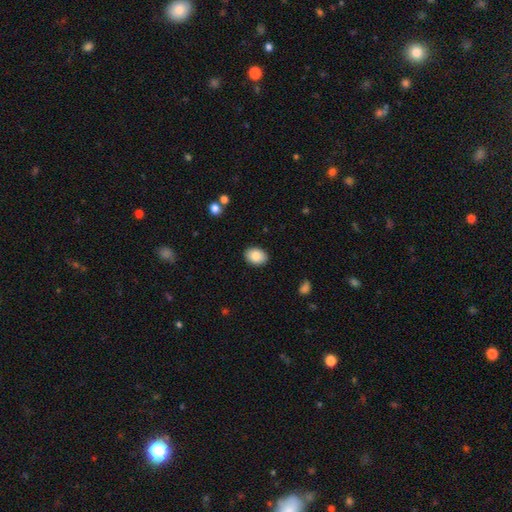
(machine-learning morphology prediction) Smooth or featured?
  - smooth: 85% *
  - featured or disk: 8%
  - star or artifact: 7%
How rounded?
  - in between: 76% *
  - round: 23%
  - cigar-shaped: 1%
Merging?
  - none: 89% *
  - minor disturbance: 8%
  - major disturbance: 2%
  - merger: 1%